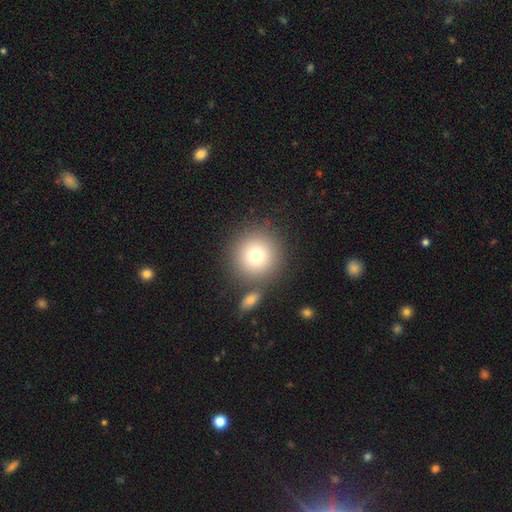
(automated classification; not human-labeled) Smooth or featured?
  - smooth: 76% *
  - featured or disk: 12%
  - star or artifact: 12%
How rounded?
  - round: 94% *
  - in between: 5%
  - cigar-shaped: 1%
Merging?
  - none: 77% *
  - merger: 12%
  - minor disturbance: 8%
  - major disturbance: 3%